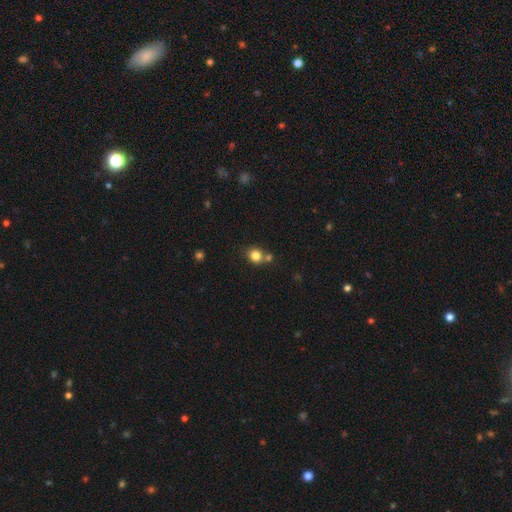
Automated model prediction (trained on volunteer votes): smooth_or_featured: smooth (p=0.81) [alt: star or artifact p=0.12]
how_rounded: round (p=0.80) [alt: in between p=0.19]
merging: none (p=0.60) [alt: merger p=0.26]